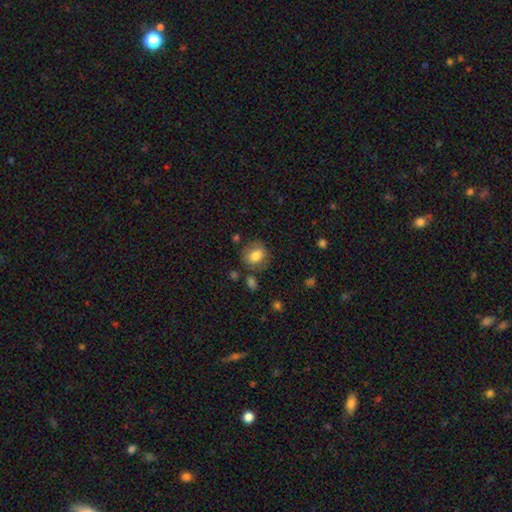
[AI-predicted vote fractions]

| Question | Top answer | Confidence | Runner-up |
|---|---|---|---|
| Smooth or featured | smooth | 77% | featured or disk (14%) |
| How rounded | round | 59% | in between (40%) |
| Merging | none | 75% | minor disturbance (15%) |